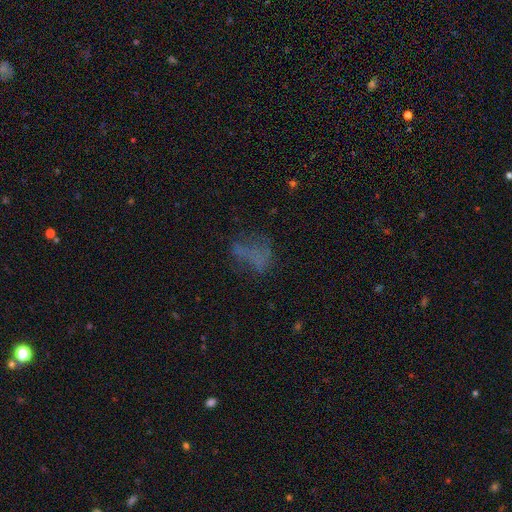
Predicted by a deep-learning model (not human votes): Overall: smooth (41%; featured or disk 34%). Merging: none (46%; major disturbance 29%).